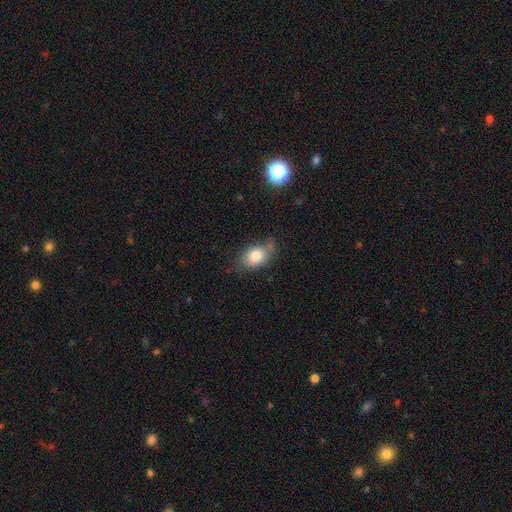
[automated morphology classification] Smooth or featured? smooth (81%)
How rounded? in between (76%)
Merging? none (58%)